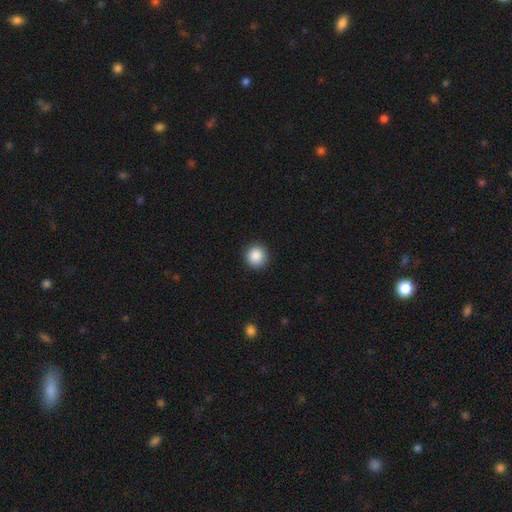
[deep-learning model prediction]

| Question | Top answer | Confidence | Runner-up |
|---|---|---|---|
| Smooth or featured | smooth | 88% | star or artifact (9%) |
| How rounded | round | 94% | in between (5%) |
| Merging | none | 91% | minor disturbance (6%) |